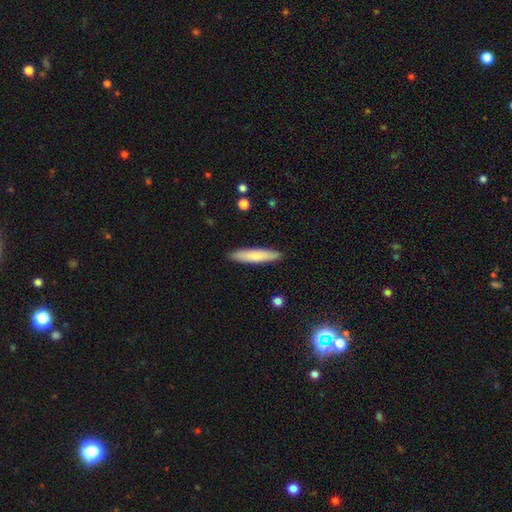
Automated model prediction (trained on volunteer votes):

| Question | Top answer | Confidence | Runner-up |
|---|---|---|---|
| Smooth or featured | smooth | 76% | featured or disk (19%) |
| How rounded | cigar-shaped | 84% | in between (14%) |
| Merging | none | 90% | minor disturbance (7%) |